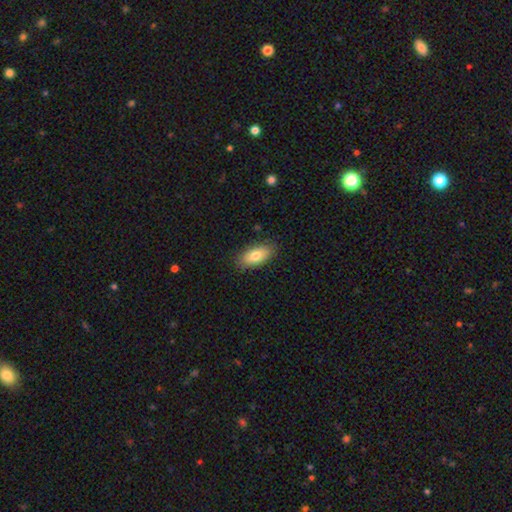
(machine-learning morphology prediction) smooth_or_featured: smooth (p=0.77) [alt: featured or disk p=0.16]
how_rounded: in between (p=0.88) [alt: cigar-shaped p=0.09]
merging: none (p=0.85) [alt: minor disturbance p=0.11]